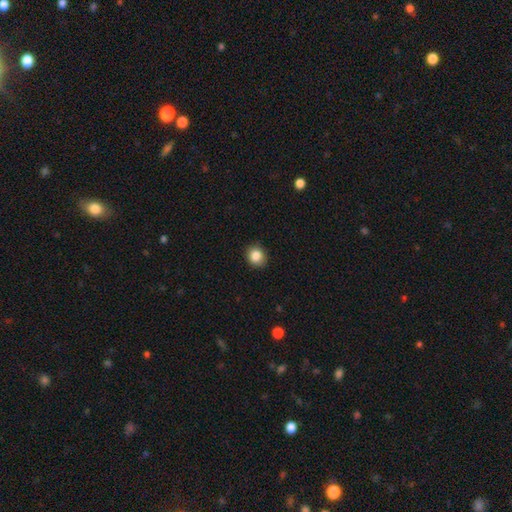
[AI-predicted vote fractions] Q: Smooth or featured?
A: smooth (86%); runner-up: star or artifact (10%)
Q: How rounded?
A: round (77%); runner-up: in between (22%)
Q: Merging?
A: none (88%); runner-up: minor disturbance (9%)